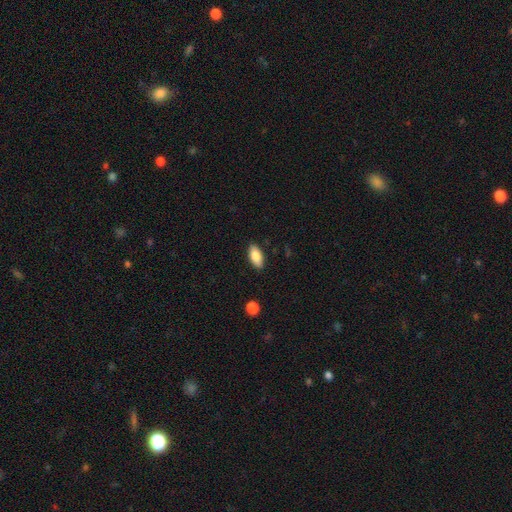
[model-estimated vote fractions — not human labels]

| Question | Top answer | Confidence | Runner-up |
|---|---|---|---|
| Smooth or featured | smooth | 84% | featured or disk (10%) |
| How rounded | in between | 90% | cigar-shaped (8%) |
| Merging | none | 88% | minor disturbance (9%) |